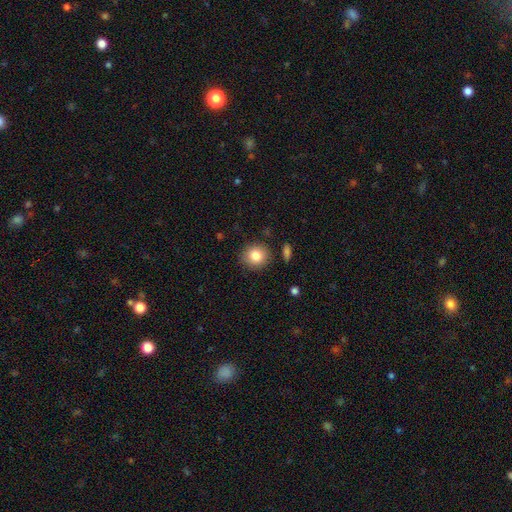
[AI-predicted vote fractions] A smooth galaxy with no disk features (84%) that is round (86%). Merging: none (87%).